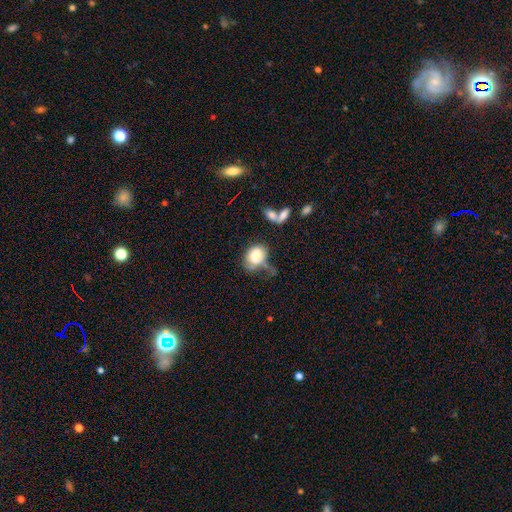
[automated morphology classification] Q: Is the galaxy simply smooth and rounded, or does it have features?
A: smooth — 74%.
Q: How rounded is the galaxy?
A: in between — 72%.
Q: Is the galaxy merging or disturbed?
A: none — 32%.